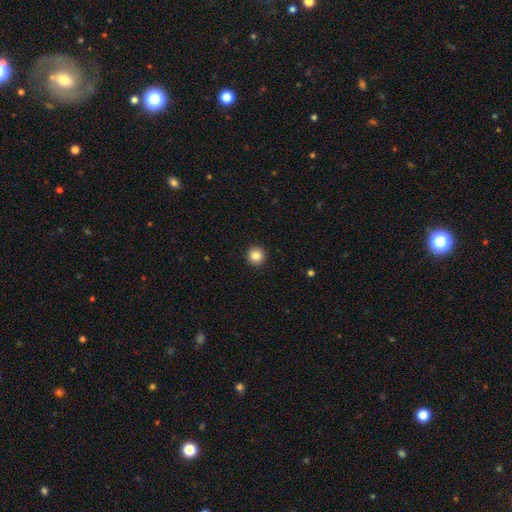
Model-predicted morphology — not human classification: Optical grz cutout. It shows a smooth galaxy with no disk features (85%) that is round (95%). Merging: none (93%).